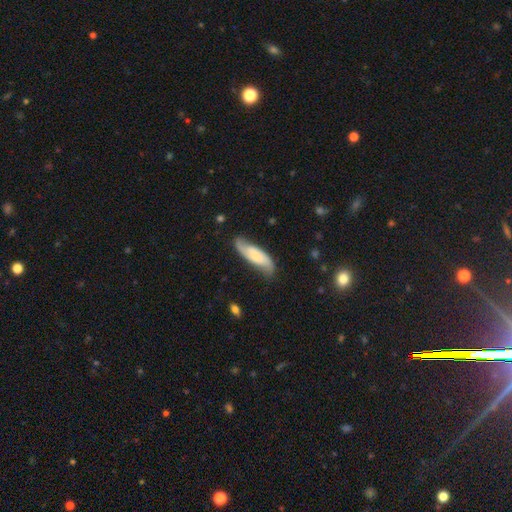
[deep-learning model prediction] featured or disk 57%, smooth 37%, star or artifact 6%. Down the decision tree: edge-on disk — no (84%); merging — none (70%).